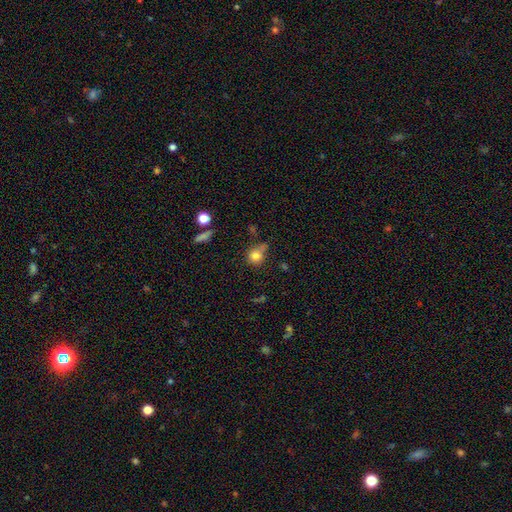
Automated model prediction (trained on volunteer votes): Smooth or featured? smooth (79%)
How rounded? round (84%)
Merging? none (57%)